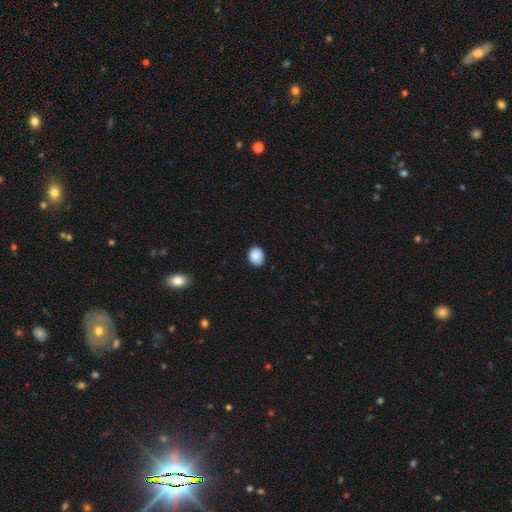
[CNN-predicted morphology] smooth_or_featured: smooth (p=0.89) [alt: star or artifact p=0.08]
how_rounded: round (p=0.55) [alt: in between p=0.44]
merging: none (p=0.88) [alt: minor disturbance p=0.09]